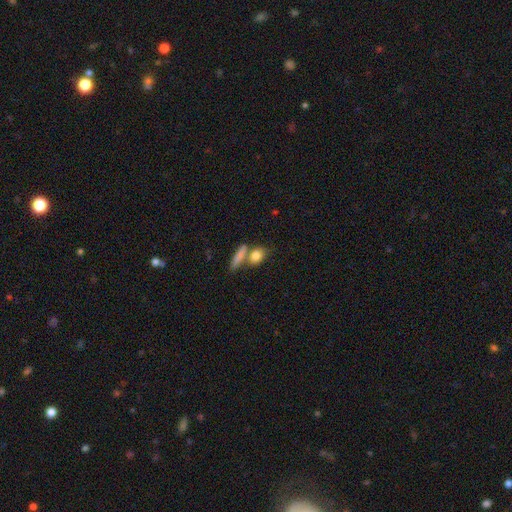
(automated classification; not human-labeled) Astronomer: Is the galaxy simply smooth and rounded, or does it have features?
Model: smooth — 81%.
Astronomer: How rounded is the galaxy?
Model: in between — 52% (runner-up: round, 31%).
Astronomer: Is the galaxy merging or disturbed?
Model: none — 49% (runner-up: merger, 34%).